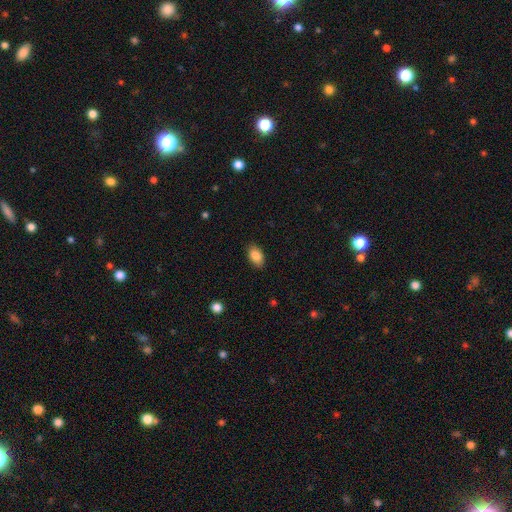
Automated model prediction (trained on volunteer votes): smooth-or-featured: smooth: 87% | star or artifact: 8% | featured or disk: 5%
  how-rounded: in between: 91% | round: 8% | cigar-shaped: 2%
  merging: none: 87% | minor disturbance: 10% | major disturbance: 2% | merger: 1%